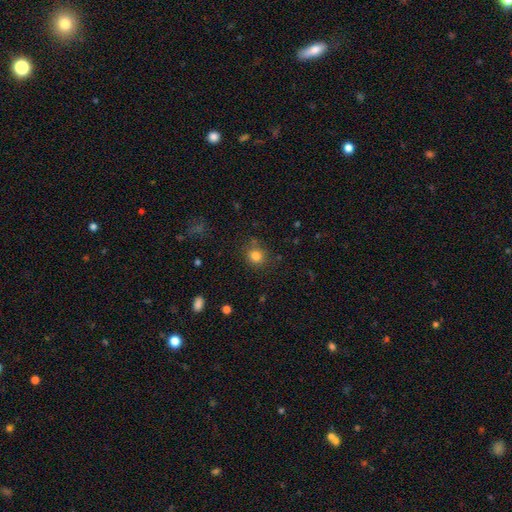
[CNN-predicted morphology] type=smooth (81%); roundness=round (85%); merging=none (82%).